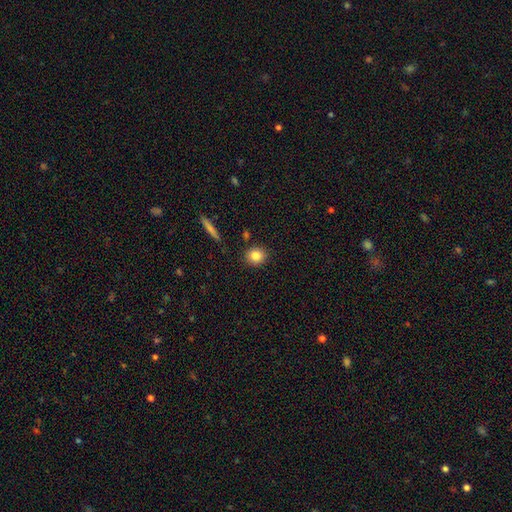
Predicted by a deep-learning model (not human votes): A smooth galaxy with no disk features (83%) that is round (79%). Merging: none (87%).